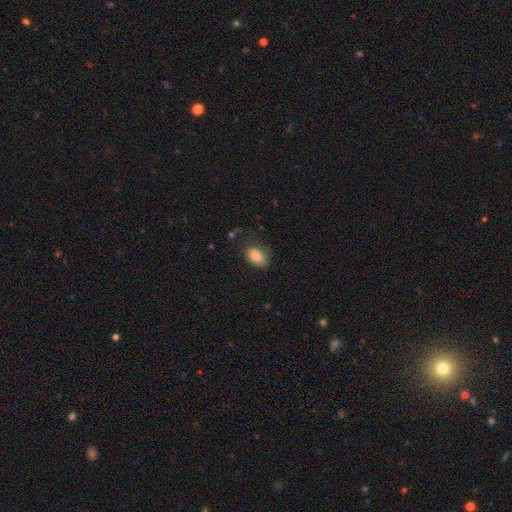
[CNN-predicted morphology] smooth-or-featured: smooth: 84% | featured or disk: 8% | star or artifact: 8%
  how-rounded: in between: 85% | round: 13% | cigar-shaped: 1%
  merging: none: 68% | minor disturbance: 22% | major disturbance: 8% | merger: 2%